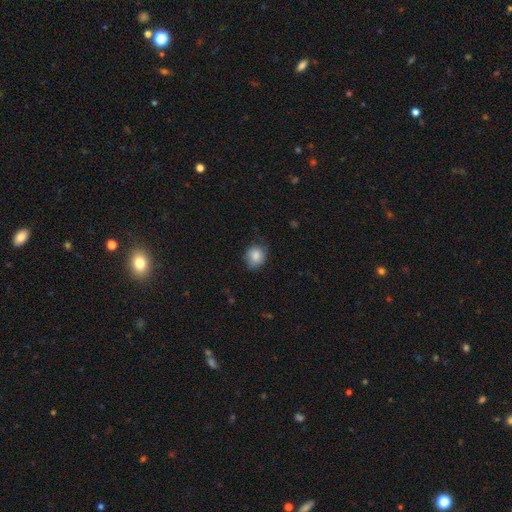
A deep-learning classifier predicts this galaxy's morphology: smooth_or_featured: smooth (p=0.84) [alt: star or artifact p=0.08]
how_rounded: round (p=0.74) [alt: in between p=0.25]
merging: none (p=0.71) [alt: minor disturbance p=0.23]